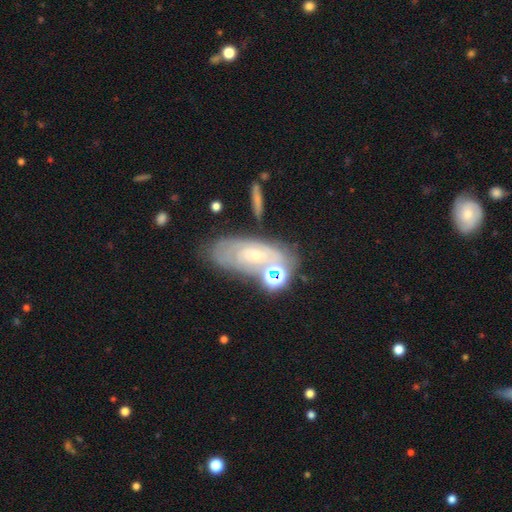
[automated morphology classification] featured or disk 62%, smooth 24%, star or artifact 14%. Down the decision tree: edge-on disk — no (91%); bar — no (78%); spiral arms — yes (71%); bulge size — small (75%); merging — none (52%).